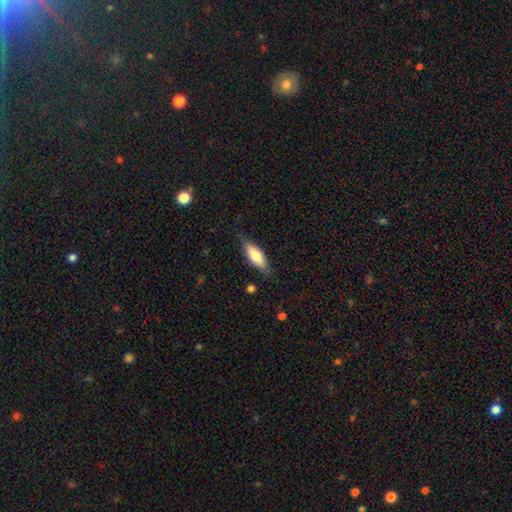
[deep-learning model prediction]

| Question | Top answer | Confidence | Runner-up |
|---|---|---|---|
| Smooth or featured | smooth | 75% | featured or disk (19%) |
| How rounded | in between | 65% | cigar-shaped (33%) |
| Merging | none | 77% | minor disturbance (18%) |